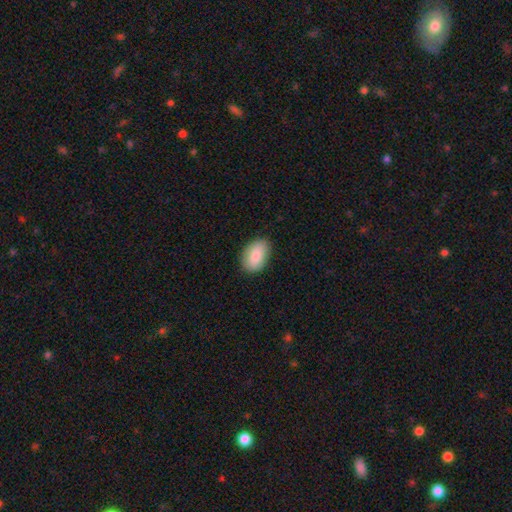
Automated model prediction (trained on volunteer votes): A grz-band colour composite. It shows a smooth galaxy with no disk features (86%) that is in between round and cigar-shaped (90%). Merging: none (85%).